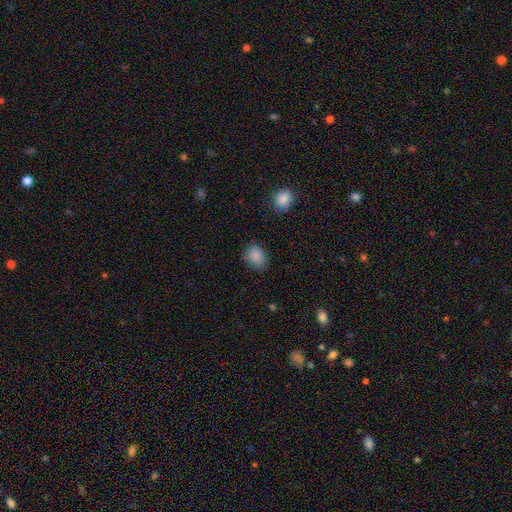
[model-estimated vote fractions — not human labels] smooth 86%, star or artifact 9%, featured or disk 4%. Down the decision tree: how rounded — in between (67%); merging — none (76%).